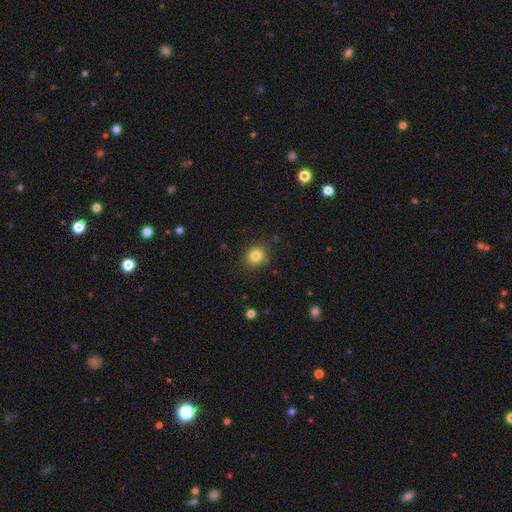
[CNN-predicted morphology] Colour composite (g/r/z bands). It shows a smooth galaxy with no disk features (83%) that is round (74%). Merging: none (86%).